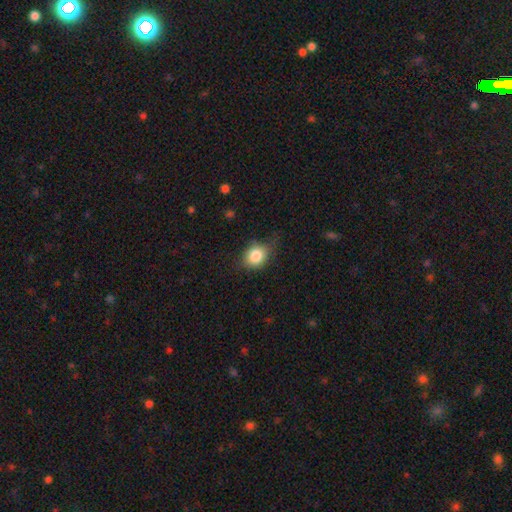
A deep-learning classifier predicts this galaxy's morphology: A smooth galaxy with no disk features (82%) that is round (58%).

Vote fractions:
- Smooth or featured? smooth: 82% / star or artifact: 9% / featured or disk: 8%
- How rounded? round: 58% / in between: 41% / cigar-shaped: 1%
- Merging? none: 61% / minor disturbance: 29% / major disturbance: 8% / merger: 2%